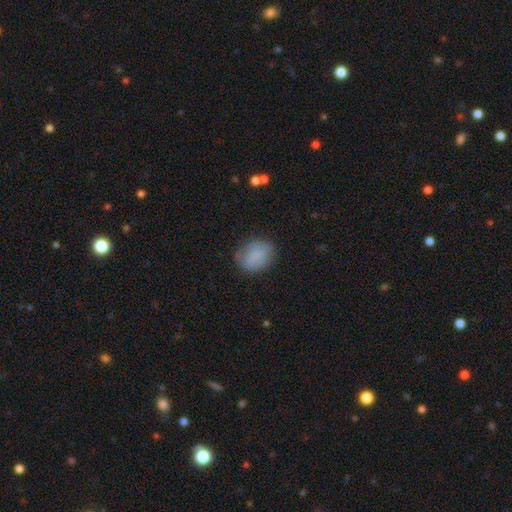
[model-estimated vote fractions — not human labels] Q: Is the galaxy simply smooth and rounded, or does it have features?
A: smooth — 83%.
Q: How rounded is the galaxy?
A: round — 50%.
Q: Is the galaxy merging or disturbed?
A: none — 74%.